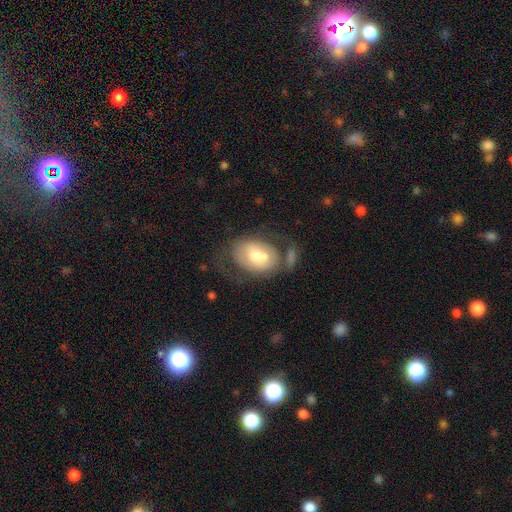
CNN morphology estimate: The model was most divided on "smooth or featured": smooth: 51%, featured or disk: 43%, star or artifact: 7%. Remaining: how rounded — in between (77%); merging — none (39%).